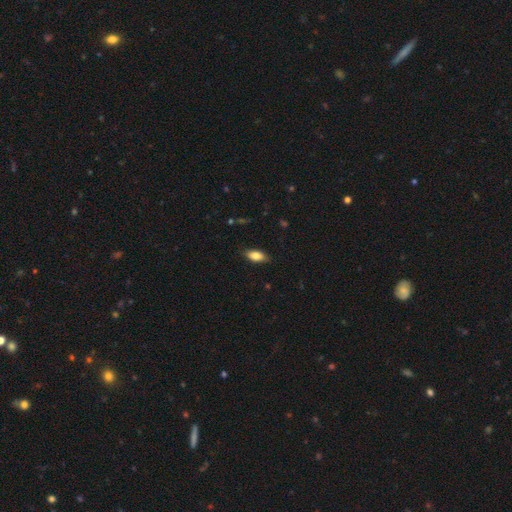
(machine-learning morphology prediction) A smooth galaxy with no disk features (81%) that is in between round and cigar-shaped (88%). Merging: none (83%).